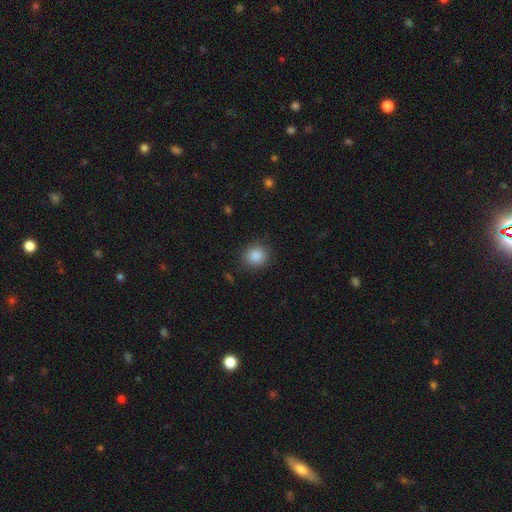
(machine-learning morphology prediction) Q: Smooth or featured?
A: smooth (87%); runner-up: star or artifact (9%)
Q: How rounded?
A: round (83%); runner-up: in between (16%)
Q: Merging?
A: none (87%); runner-up: minor disturbance (9%)